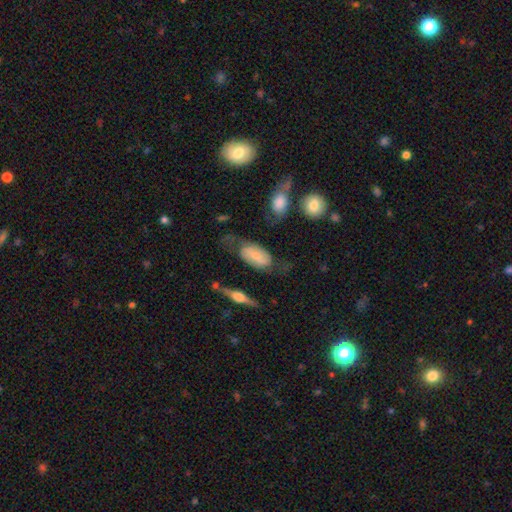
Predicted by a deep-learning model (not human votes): smooth_or_featured: featured or disk (p=0.49) [alt: smooth p=0.43]
merging: none (p=0.53) [alt: minor disturbance p=0.24]